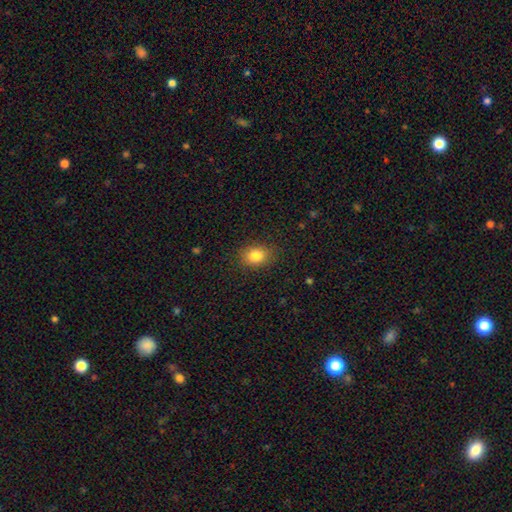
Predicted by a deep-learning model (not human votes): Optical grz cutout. It shows a smooth galaxy with no disk features (83%) that is in between round and cigar-shaped (53%). Merging: none (87%).